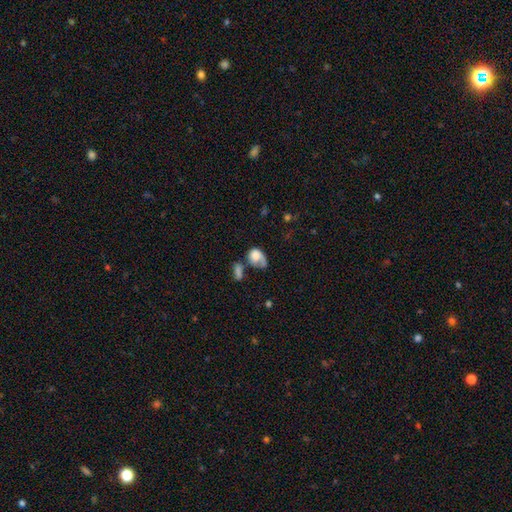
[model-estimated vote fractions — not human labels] Smooth or featured: smooth — 63% (featured or disk — 28%)
How rounded: in between — 66% (round — 32%)
Merging: major disturbance — 31% (merger — 27%)